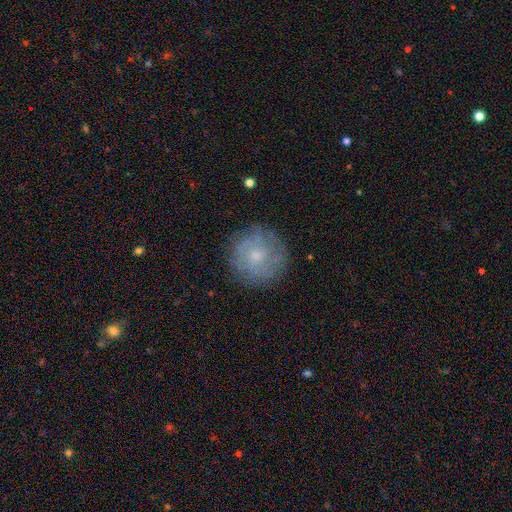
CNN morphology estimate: type=featured or disk (47%); merging=none (80%).